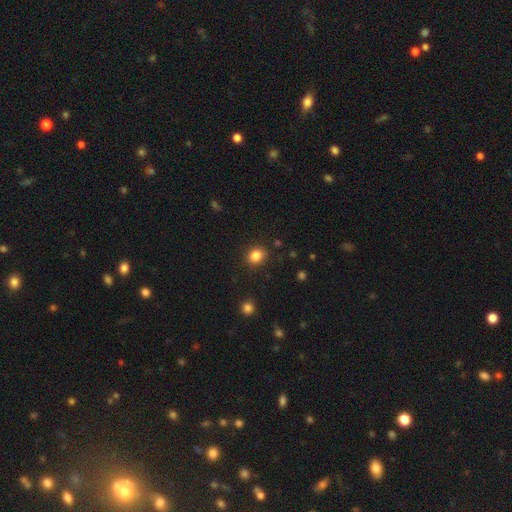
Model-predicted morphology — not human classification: Smooth or featured? Predicted: smooth (p=0.84). How rounded? Predicted: round (p=0.70). Merging? Predicted: none (p=0.88).